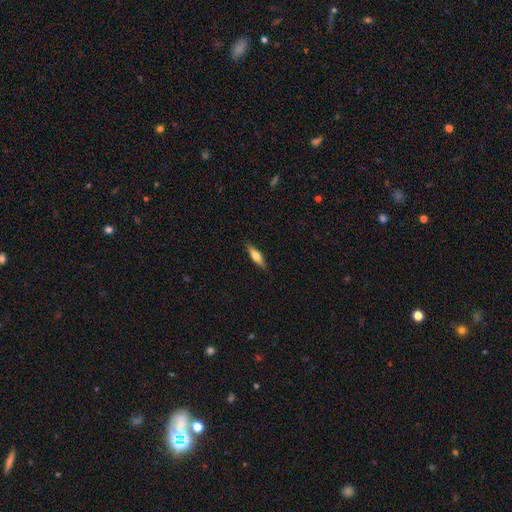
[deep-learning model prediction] smooth-or-featured: smooth: 60% | featured or disk: 34% | star or artifact: 6%
  how-rounded: cigar-shaped: 60% | in between: 38% | round: 2%
  merging: none: 86% | minor disturbance: 11% | major disturbance: 2% | merger: 1%